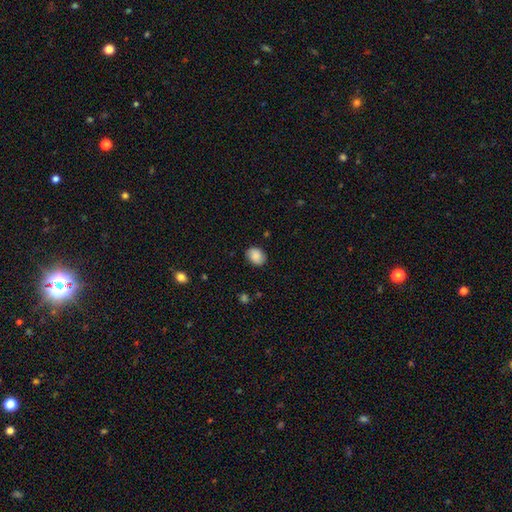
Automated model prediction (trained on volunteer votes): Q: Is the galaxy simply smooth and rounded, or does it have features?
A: smooth — 82%.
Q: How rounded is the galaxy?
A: in between — 54%.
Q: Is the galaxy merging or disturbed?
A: none — 83%.